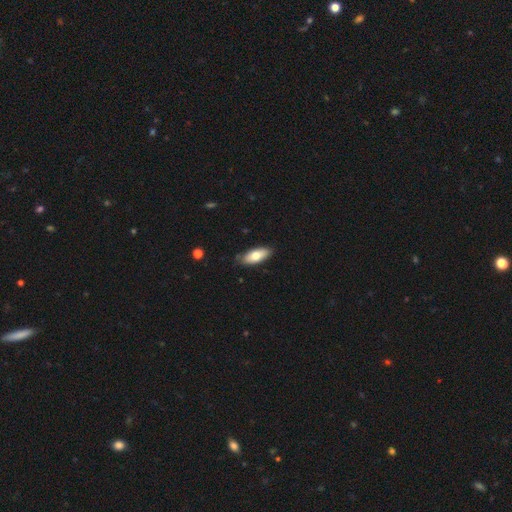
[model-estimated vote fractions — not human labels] Smooth or featured? Predicted: smooth (p=0.74). How rounded? Predicted: in between (p=0.83). Merging? Predicted: none (p=0.83).